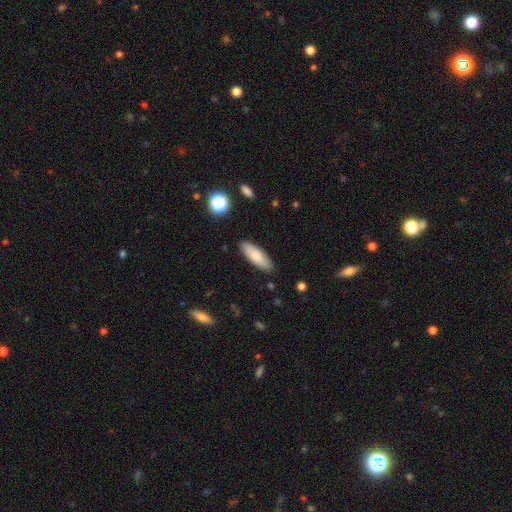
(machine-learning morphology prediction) This is clearly a smooth galaxy (81%). How rounded: likely in between (61%). Merging: clearly none (88%).